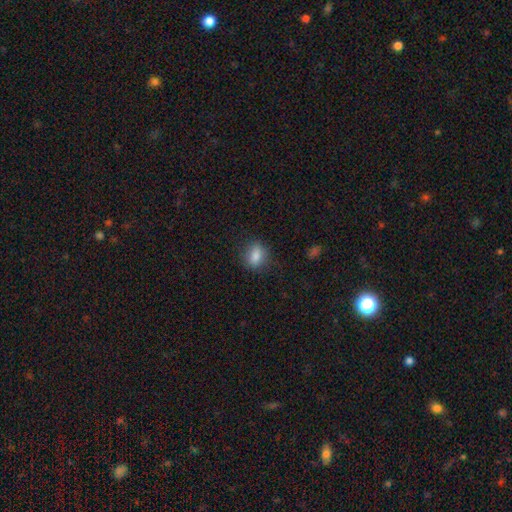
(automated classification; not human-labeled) This appears to be a smooth galaxy with no disk features (84%) that is in between round and cigar-shaped (57%). Merging: none (83%).